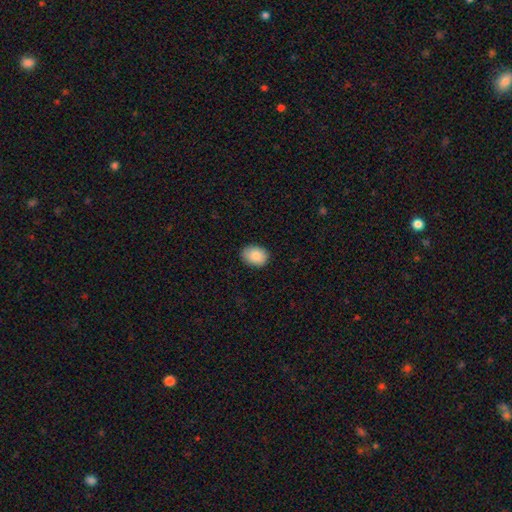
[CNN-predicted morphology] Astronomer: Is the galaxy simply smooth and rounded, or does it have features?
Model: smooth — 87%.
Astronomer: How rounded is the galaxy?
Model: in between — 69%.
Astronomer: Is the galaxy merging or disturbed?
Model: none — 87%.